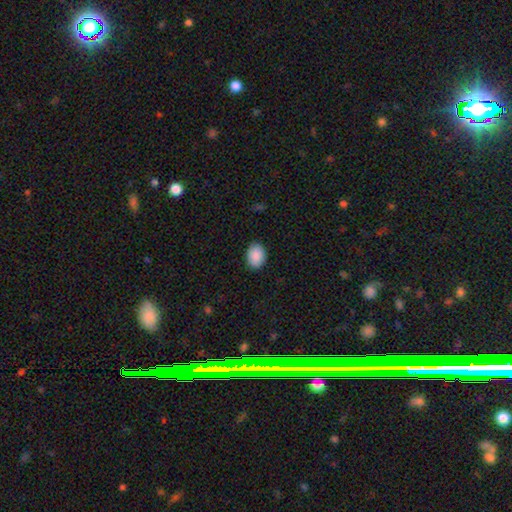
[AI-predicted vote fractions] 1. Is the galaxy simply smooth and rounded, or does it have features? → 90% smooth, 7% star or artifact, 3% featured or disk.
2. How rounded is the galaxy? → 77% in between, 23% round, 1% cigar-shaped.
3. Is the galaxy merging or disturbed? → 89% none, 8% minor disturbance, 2% major disturbance, 1% merger.